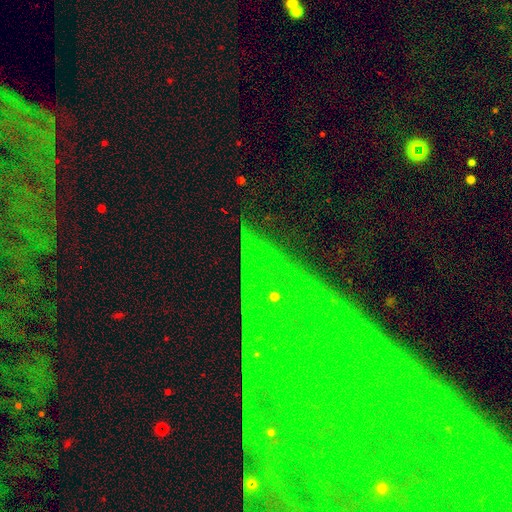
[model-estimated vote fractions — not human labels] This appears to be a star or artifact, not a galaxy (73%).